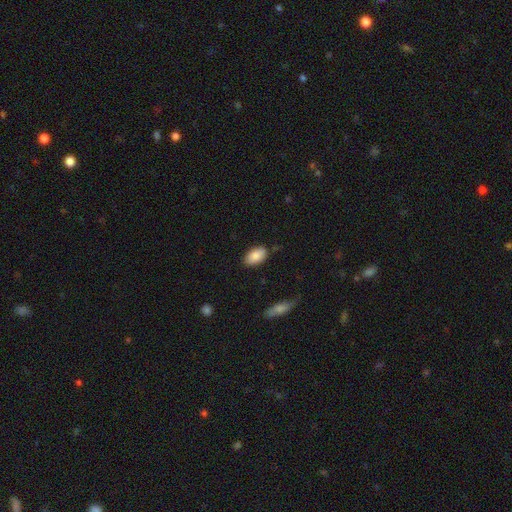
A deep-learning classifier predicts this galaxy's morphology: Q: Smooth or featured?
A: smooth (87%); runner-up: star or artifact (7%)
Q: How rounded?
A: in between (94%); runner-up: round (4%)
Q: Merging?
A: none (83%); runner-up: minor disturbance (12%)